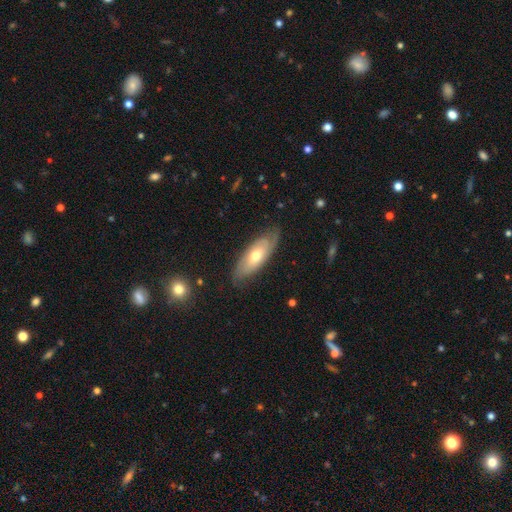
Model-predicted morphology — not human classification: Smooth or featured? Predicted: featured or disk (p=0.59). Edge-on disk? Predicted: no (p=0.78). Merging? Predicted: none (p=0.75).